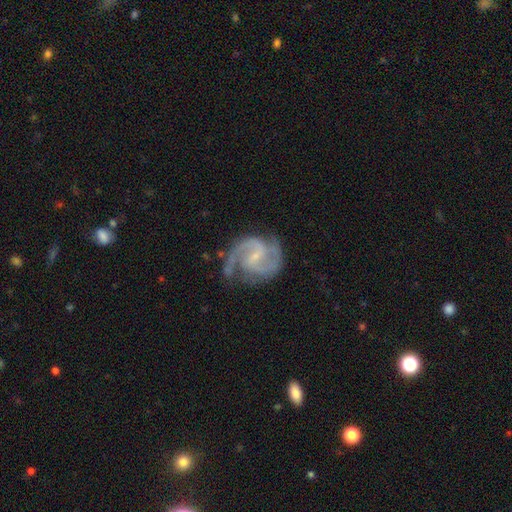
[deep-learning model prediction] A featured or disk galaxy (91%) with a weak bar (52%), 2 (87%) medium (61%) spiral arms (98%) and a small central bulge (74%).

Vote fractions:
- Smooth or featured? featured or disk: 91% / star or artifact: 4% / smooth: 4%
- Edge-on disk? no: 98% / yes: 2%
- Bar? weak: 52% / no: 28% / strong: 20%
- Spiral arms? yes: 98% / no: 2%
- Spiral winding? medium: 61% / tight: 26% / loose: 13%
- Spiral arm count? 2: 87% / 3: 5% / can't tell: 3% / 1: 2% / 4: 1% / more than 4: 1%
- Bulge size? small: 74% / moderate: 14% / none: 10% / large: 1% / dominant: 1%
- Merging? none: 72% / minor disturbance: 18% / major disturbance: 8% / merger: 2%